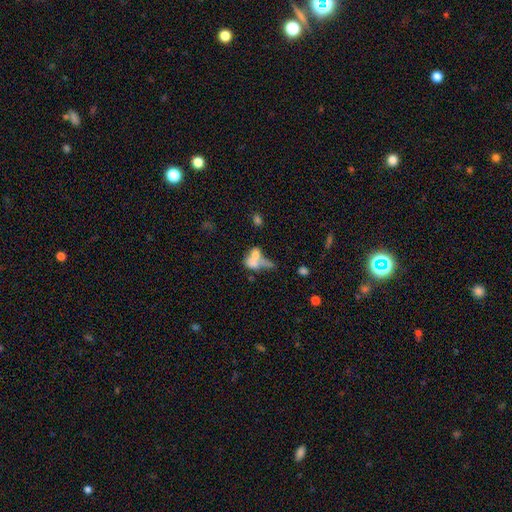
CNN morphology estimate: A smooth galaxy with no disk features (58%) that is in between round and cigar-shaped (67%). Merging: merger (61%).